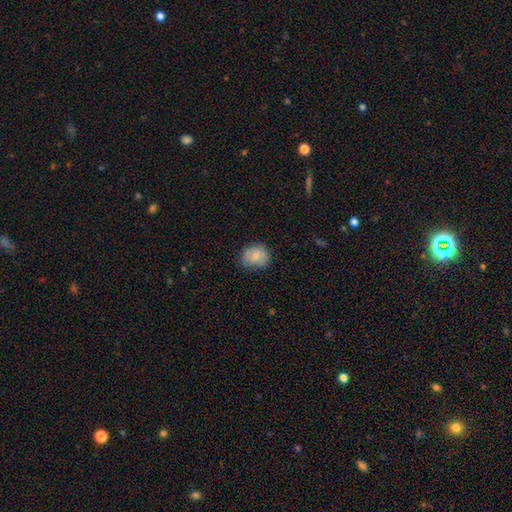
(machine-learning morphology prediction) Smooth or featured?
  - smooth: 76% *
  - featured or disk: 16%
  - star or artifact: 8%
How rounded?
  - round: 60% *
  - in between: 39%
  - cigar-shaped: 1%
Merging?
  - none: 70% *
  - minor disturbance: 23%
  - major disturbance: 5%
  - merger: 1%